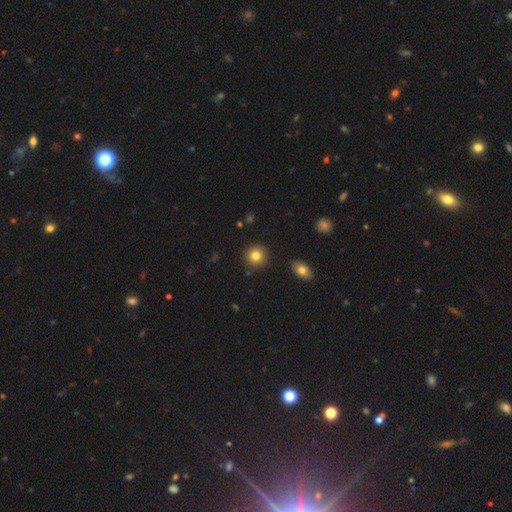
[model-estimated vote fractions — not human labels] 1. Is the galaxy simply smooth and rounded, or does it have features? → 82% smooth, 10% star or artifact, 8% featured or disk.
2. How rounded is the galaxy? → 91% round, 8% in between, 1% cigar-shaped.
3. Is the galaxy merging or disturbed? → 89% none, 6% minor disturbance, 2% merger, 2% major disturbance.